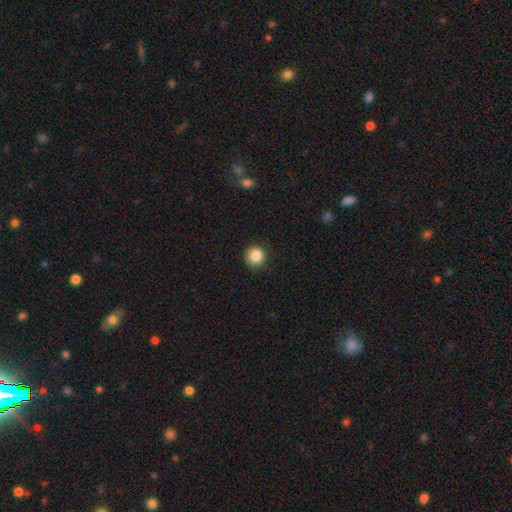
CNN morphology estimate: A smooth galaxy with no disk features (86%) that is round (94%).

Vote fractions:
- Smooth or featured? smooth: 86% / star or artifact: 10% / featured or disk: 4%
- How rounded? round: 94% / in between: 5% / cigar-shaped: 1%
- Merging? none: 89% / minor disturbance: 8% / major disturbance: 2% / merger: 1%